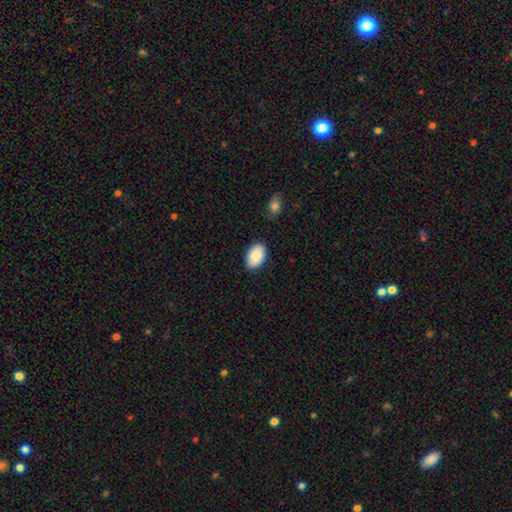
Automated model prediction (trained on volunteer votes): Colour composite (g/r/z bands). It shows a smooth galaxy with no disk features (90%) that is in between round and cigar-shaped (92%). Merging: none (87%).